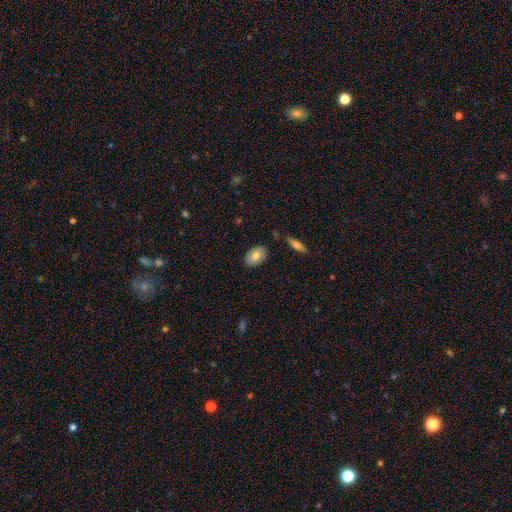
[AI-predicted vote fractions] The model was most divided on "smooth or featured": smooth: 74%, featured or disk: 19%, star or artifact: 7%. More confident: how rounded — in between (88%); merging — none (85%).